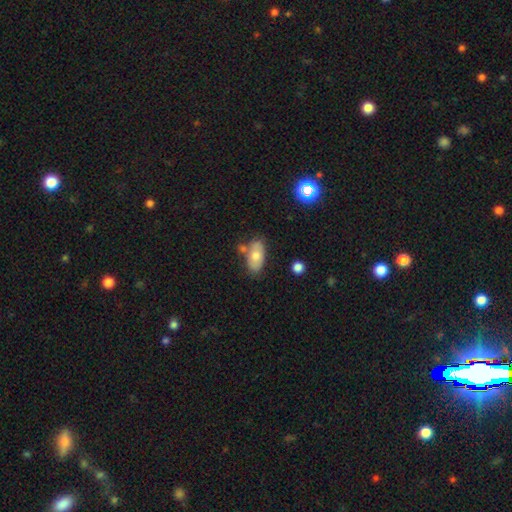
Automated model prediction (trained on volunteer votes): Smooth or featured: smooth — 71% (featured or disk — 21%)
How rounded: in between — 92% (round — 5%)
Merging: none — 64% (minor disturbance — 18%)